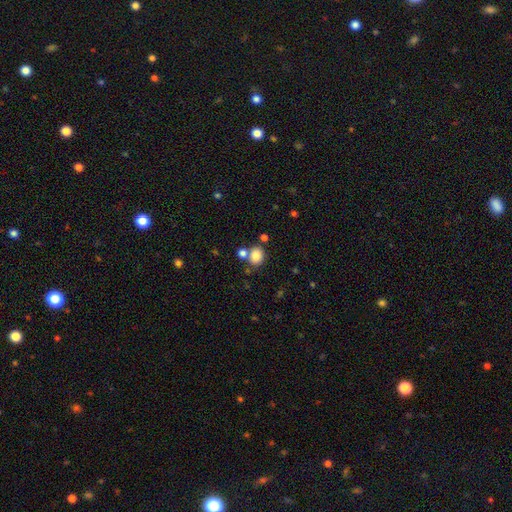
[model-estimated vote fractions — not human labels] Smooth or featured? Predicted: smooth (p=0.83). How rounded? Predicted: round (p=0.64). Merging? Predicted: none (p=0.63).